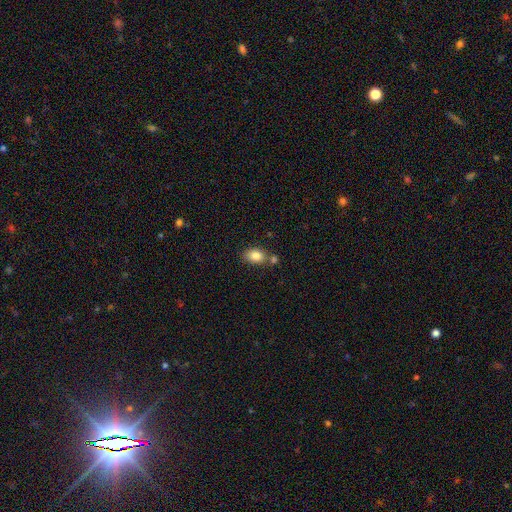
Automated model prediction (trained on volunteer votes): This appears to be a smooth galaxy with no disk features (85%) that is in between round and cigar-shaped (84%). Merging: none (62%).